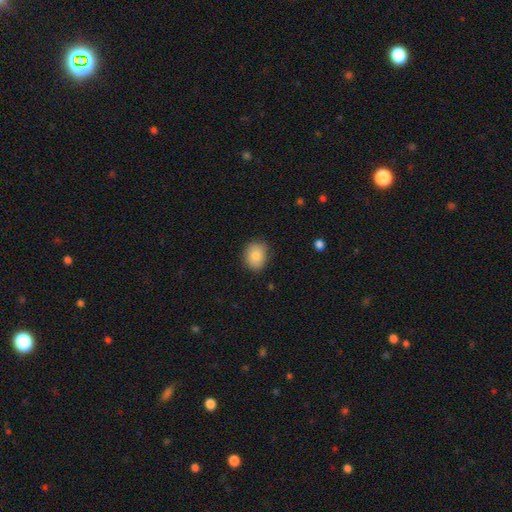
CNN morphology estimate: smooth-or-featured: smooth: 84% | featured or disk: 8% | star or artifact: 8%
  how-rounded: round: 58% | in between: 41% | cigar-shaped: 1%
  merging: none: 82% | minor disturbance: 14% | major disturbance: 3% | merger: 1%